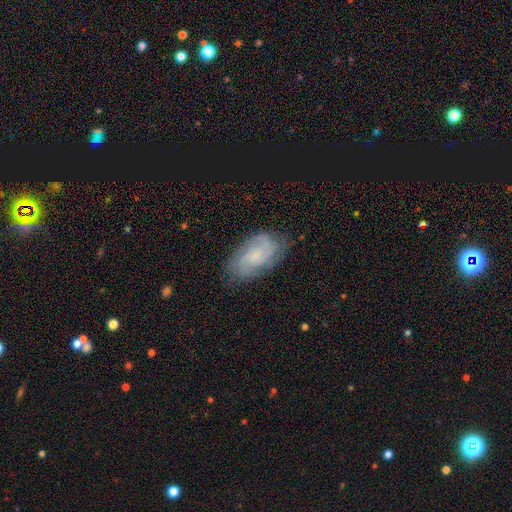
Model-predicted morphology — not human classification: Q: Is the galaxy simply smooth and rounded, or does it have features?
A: featured or disk — 66%.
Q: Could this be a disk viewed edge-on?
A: no — 96%.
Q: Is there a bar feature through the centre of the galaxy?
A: no — 67%.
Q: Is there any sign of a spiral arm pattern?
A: yes — 92%.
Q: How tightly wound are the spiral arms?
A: tight — 44%.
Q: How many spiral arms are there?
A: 2 — 36%.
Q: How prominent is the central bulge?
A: small — 46%.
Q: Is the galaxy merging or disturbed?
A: none — 72%.